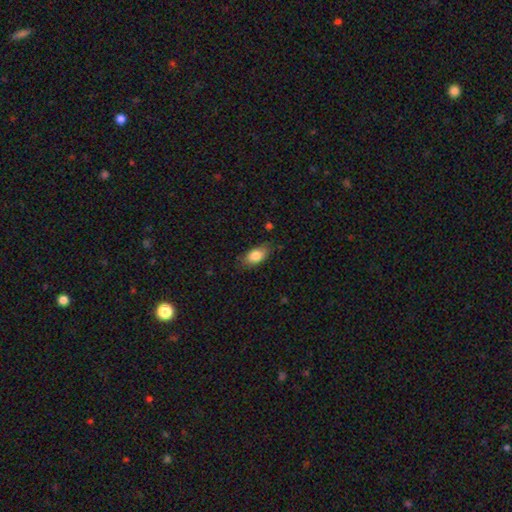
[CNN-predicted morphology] smooth-or-featured: smooth: 82% | featured or disk: 11% | star or artifact: 7%
  how-rounded: in between: 88% | cigar-shaped: 6% | round: 6%
  merging: none: 78% | minor disturbance: 17% | major disturbance: 4% | merger: 1%